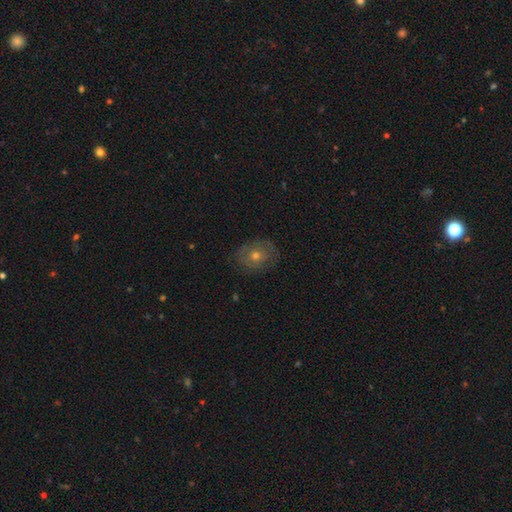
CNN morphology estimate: A featured or disk galaxy (43%). Merging: none (80%).